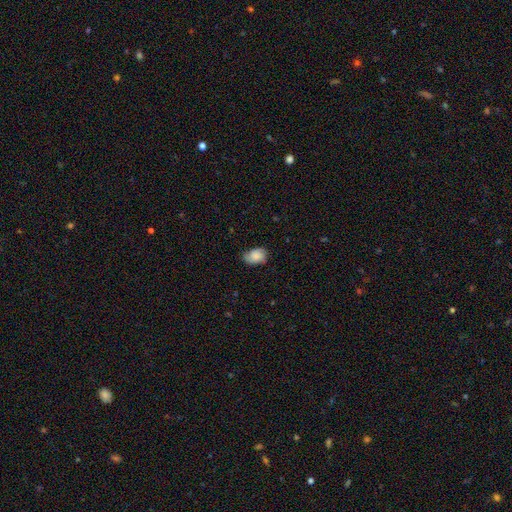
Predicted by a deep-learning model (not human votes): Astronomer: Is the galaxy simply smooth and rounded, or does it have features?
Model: smooth — 74%.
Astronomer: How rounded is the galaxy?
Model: in between — 78%.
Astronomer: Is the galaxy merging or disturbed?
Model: none — 63%.